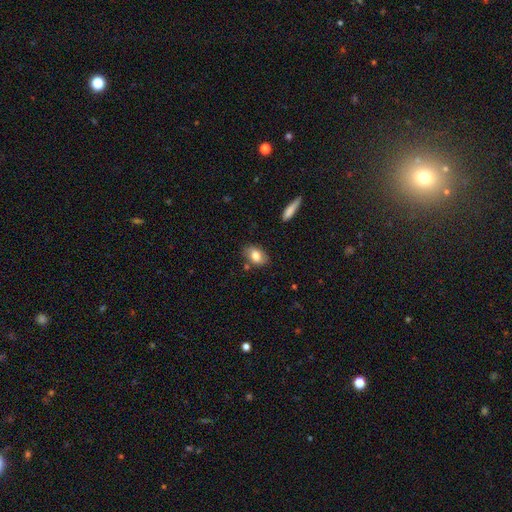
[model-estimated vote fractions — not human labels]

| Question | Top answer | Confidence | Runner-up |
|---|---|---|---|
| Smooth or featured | smooth | 77% | featured or disk (15%) |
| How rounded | in between | 88% | round (10%) |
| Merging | none | 73% | minor disturbance (18%) |